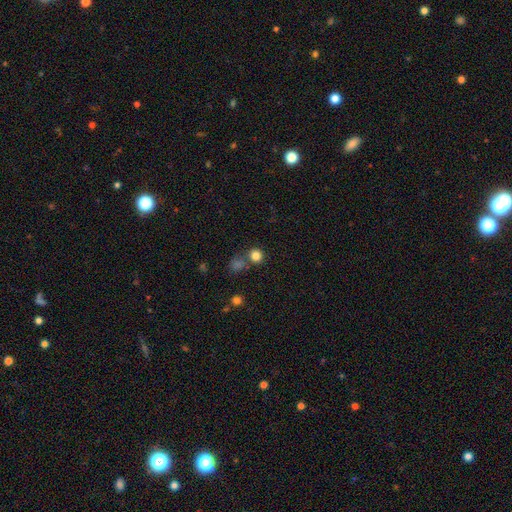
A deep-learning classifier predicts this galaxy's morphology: Smooth or featured? smooth (81%)
How rounded? round (90%)
Merging? none (70%)